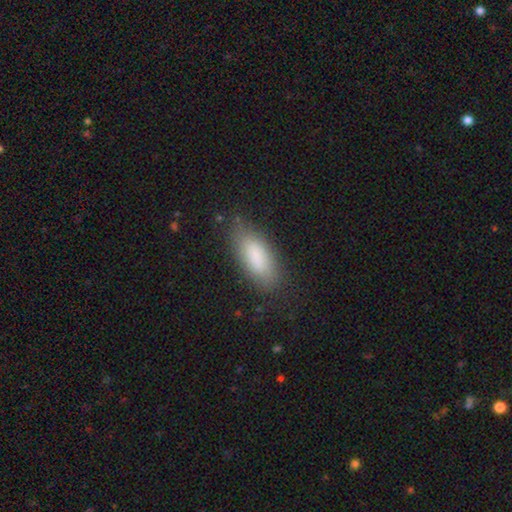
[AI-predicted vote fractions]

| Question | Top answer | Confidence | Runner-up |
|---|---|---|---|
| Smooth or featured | smooth | 85% | featured or disk (9%) |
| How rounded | in between | 78% | cigar-shaped (20%) |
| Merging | none | 79% | minor disturbance (16%) |